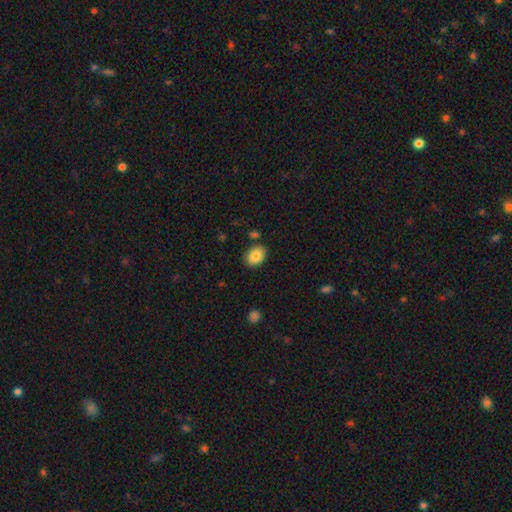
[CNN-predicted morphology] A smooth galaxy with no disk features (84%) that is in between round and cigar-shaped (69%). Merging: none (83%).